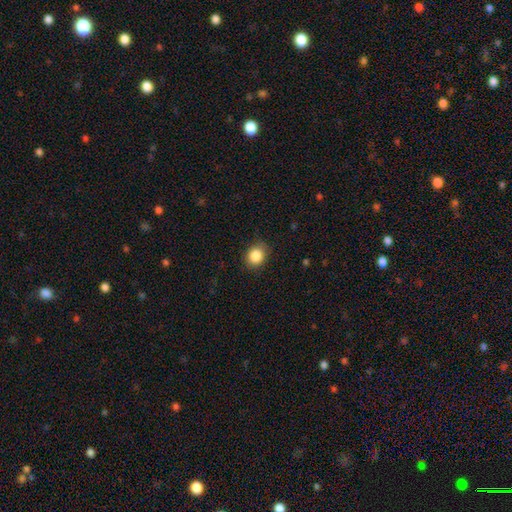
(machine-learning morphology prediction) Smooth or featured? smooth (87%)
How rounded? round (68%)
Merging? none (83%)